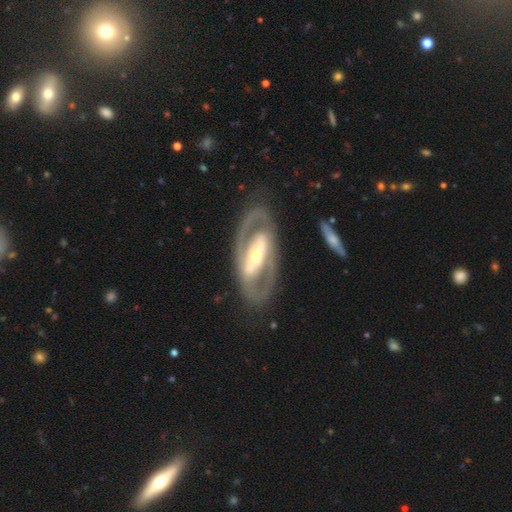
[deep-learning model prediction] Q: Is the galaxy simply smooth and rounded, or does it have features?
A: featured or disk — 84%.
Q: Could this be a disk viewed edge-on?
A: no — 92%.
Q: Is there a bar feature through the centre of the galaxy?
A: strong — 63%.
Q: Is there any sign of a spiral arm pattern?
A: yes — 70%.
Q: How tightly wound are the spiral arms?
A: tight — 44%.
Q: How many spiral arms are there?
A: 2 — 82%.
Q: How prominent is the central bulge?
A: moderate — 52%.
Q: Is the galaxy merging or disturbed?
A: none — 79%.